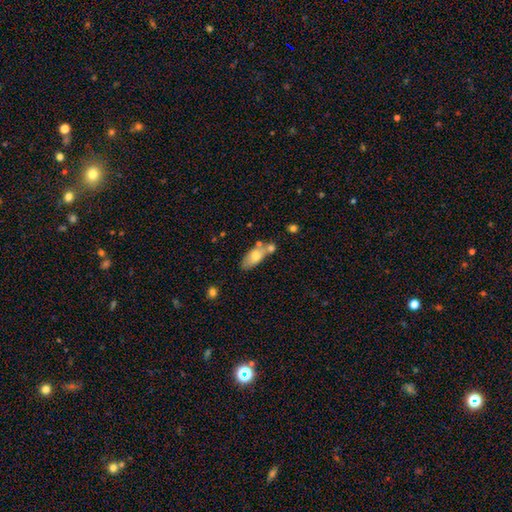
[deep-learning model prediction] Smooth or featured?
  - smooth: 70% *
  - featured or disk: 23%
  - star or artifact: 7%
How rounded?
  - in between: 83% *
  - cigar-shaped: 13%
  - round: 4%
Merging?
  - none: 48% *
  - merger: 29%
  - minor disturbance: 18%
  - major disturbance: 5%